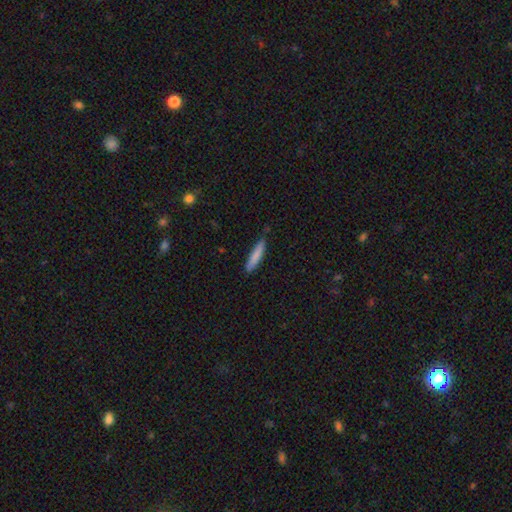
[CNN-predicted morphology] type=smooth (81%); roundness=cigar-shaped (86%); merging=none (80%).